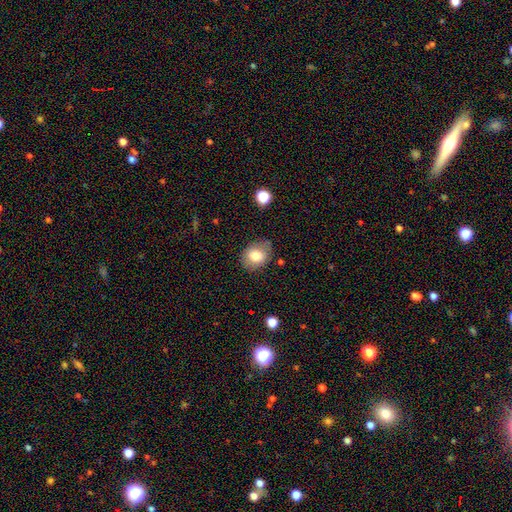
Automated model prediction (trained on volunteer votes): Morphology: type=smooth (77%); roundness=in between (54%); merging=none (76%).